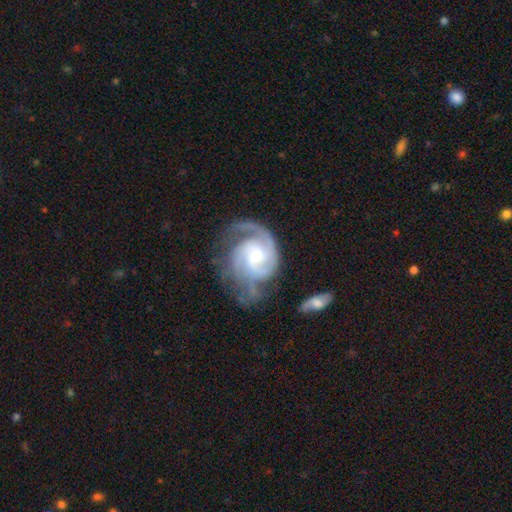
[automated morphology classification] This appears to be a featured or disk galaxy (91%) with no bar (49%), 3 (38%) tight (51%) spiral arms (98%) and a moderate central bulge (57%). Merging: none (58%).